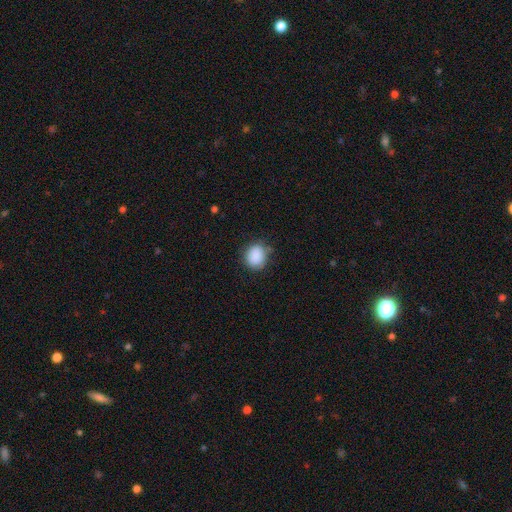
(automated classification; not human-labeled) The model was most divided on "how rounded": round: 67%, in between: 32%, cigar-shaped: 1%. More confident: smooth or featured — smooth (88%); merging — none (77%).